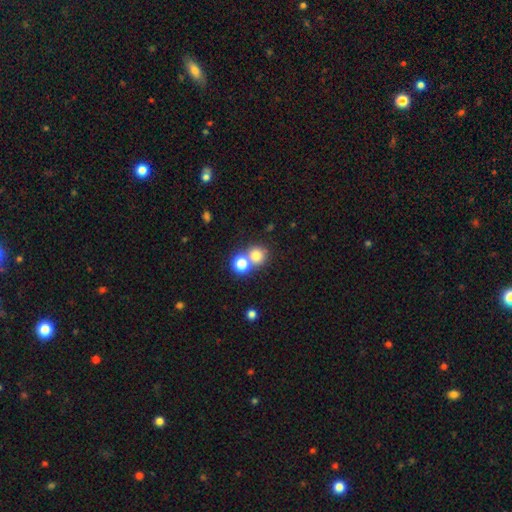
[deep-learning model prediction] Overall: smooth (77%). How rounded: round (85%). Merging: none (48%; merger 42%).